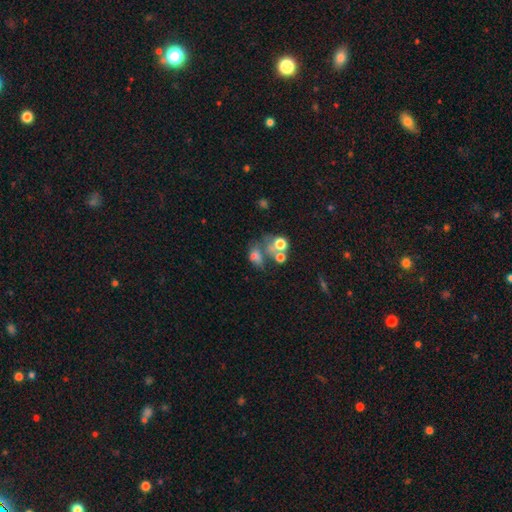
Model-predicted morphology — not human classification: A smooth galaxy with no disk features (54%) that is in between round and cigar-shaped (56%). Merging: merger (38%).